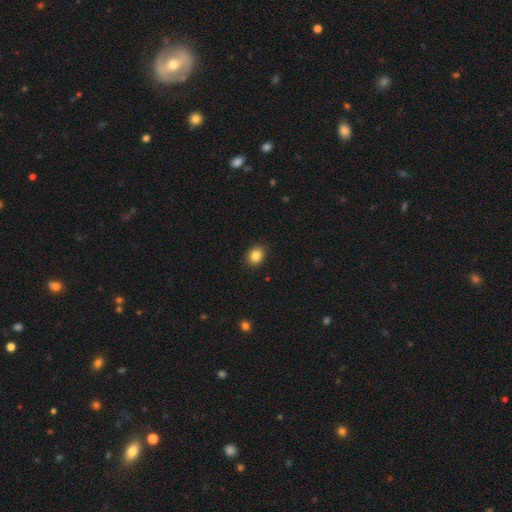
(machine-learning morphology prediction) The model was most divided on "how rounded": in between: 50%, round: 49%, cigar-shaped: 1%. More confident: merging — none (88%); smooth or featured — smooth (85%).